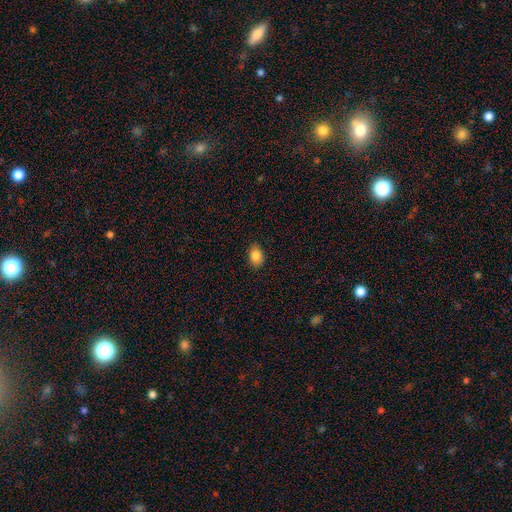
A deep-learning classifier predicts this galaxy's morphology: smooth 86%, star or artifact 9%, featured or disk 6%. Down the decision tree: how rounded — in between (75%); merging — none (88%).